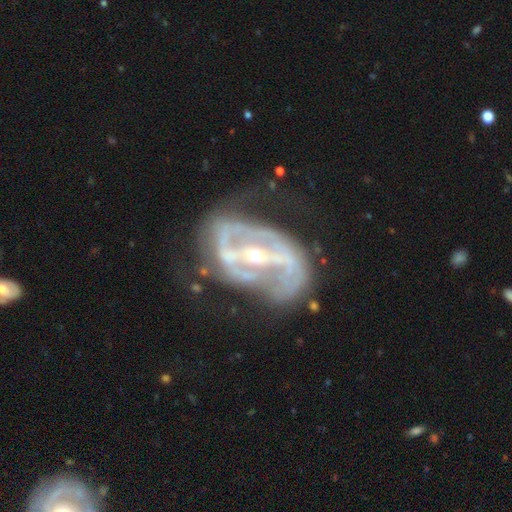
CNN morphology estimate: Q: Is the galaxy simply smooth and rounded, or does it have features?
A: featured or disk — 87%.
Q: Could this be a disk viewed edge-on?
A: no — 95%.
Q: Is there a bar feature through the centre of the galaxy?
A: strong — 69%.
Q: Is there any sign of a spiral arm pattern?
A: yes — 71%.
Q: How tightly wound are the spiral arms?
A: medium — 43%.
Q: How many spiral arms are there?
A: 2 — 66%.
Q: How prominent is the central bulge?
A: small — 74%.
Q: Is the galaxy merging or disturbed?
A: none — 41%.